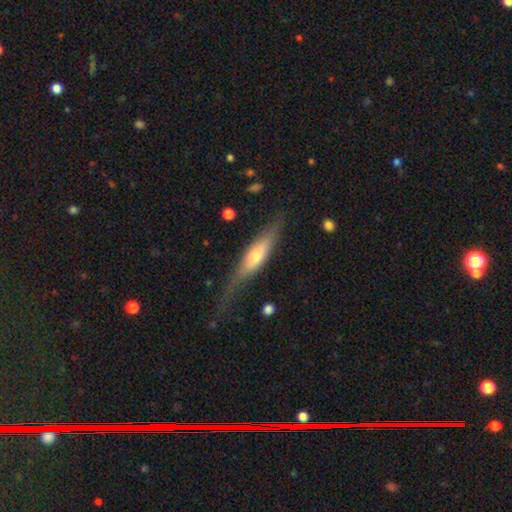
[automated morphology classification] Smooth or featured? Predicted: featured or disk (p=0.55). Edge-on disk? Predicted: yes (p=0.84). Merging? Predicted: none (p=0.62).